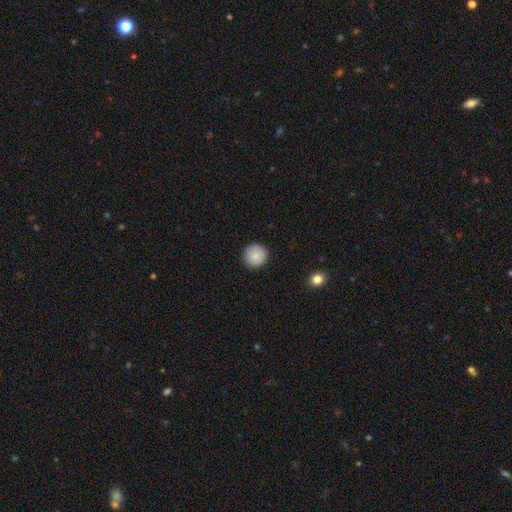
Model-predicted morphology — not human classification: This appears to be a smooth galaxy with no disk features (84%) that is round (95%). Merging: none (90%).